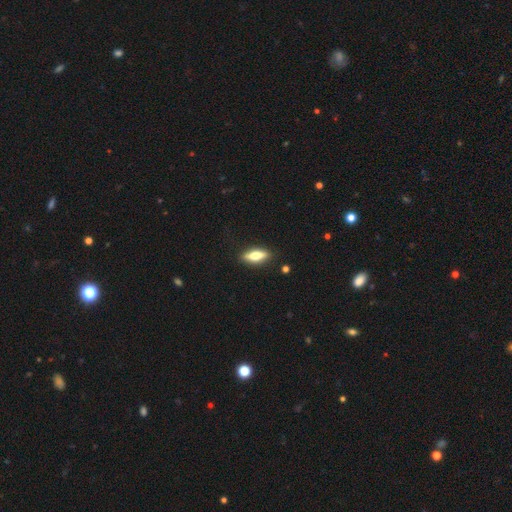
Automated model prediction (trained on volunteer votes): The model was most divided on "how rounded": in between: 56%, cigar-shaped: 41%, round: 3%. More confident: merging — none (87%); smooth or featured — smooth (57%).